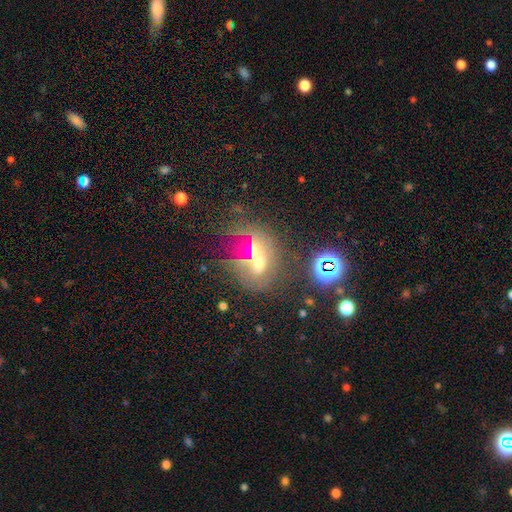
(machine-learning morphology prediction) Q: Smooth or featured?
A: star or artifact (35%); runner-up: featured or disk (33%)